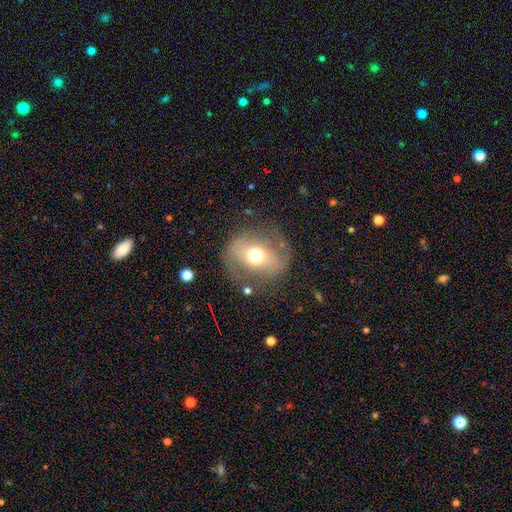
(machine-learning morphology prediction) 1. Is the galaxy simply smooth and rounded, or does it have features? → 52% featured or disk, 39% smooth, 9% star or artifact.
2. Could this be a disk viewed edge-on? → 93% no, 7% yes.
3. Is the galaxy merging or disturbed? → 71% none, 17% minor disturbance, 11% major disturbance, 2% merger.